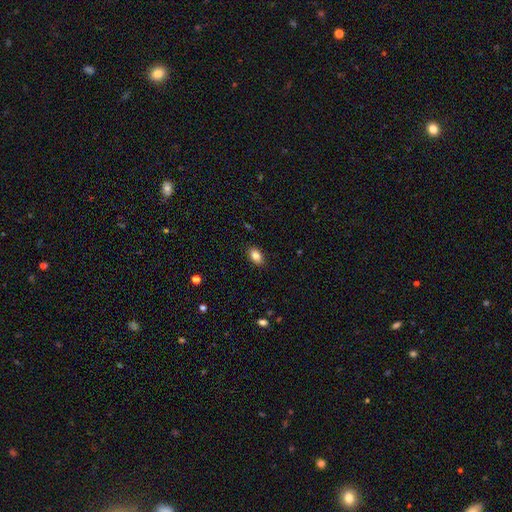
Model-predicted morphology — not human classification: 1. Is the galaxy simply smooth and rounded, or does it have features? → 85% smooth, 9% star or artifact, 6% featured or disk.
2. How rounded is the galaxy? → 88% in between, 10% round, 2% cigar-shaped.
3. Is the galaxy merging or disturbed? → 89% none, 8% minor disturbance, 2% major disturbance, 1% merger.